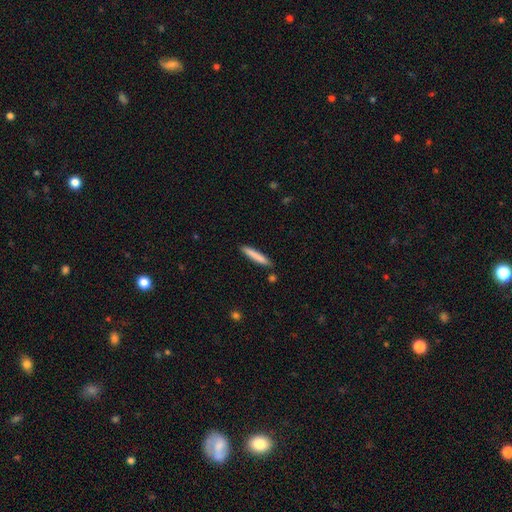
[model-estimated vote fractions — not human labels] smooth-or-featured: smooth: 80% | featured or disk: 14% | star or artifact: 6%
  how-rounded: cigar-shaped: 94% | in between: 5% | round: 1%
  merging: none: 88% | minor disturbance: 8% | merger: 2% | major disturbance: 2%